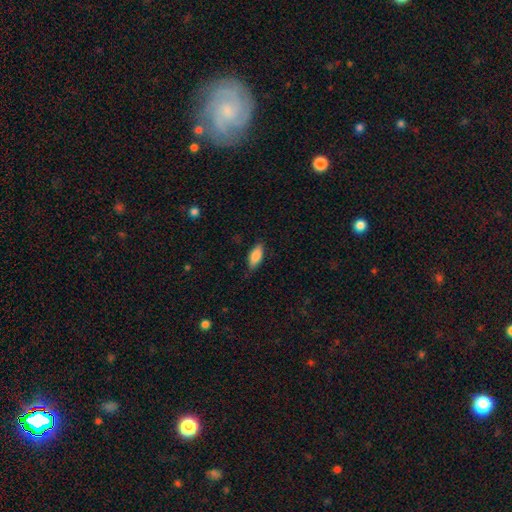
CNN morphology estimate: The model was most divided on "how rounded": in between: 80%, cigar-shaped: 18%, round: 2%. More confident: smooth or featured — smooth (84%); merging — none (81%).